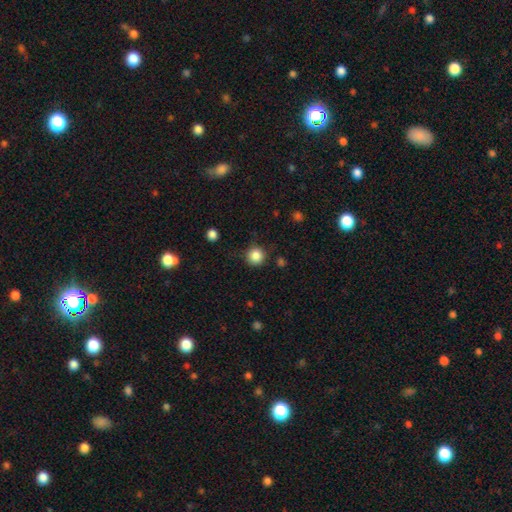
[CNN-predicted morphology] Q: Smooth or featured?
A: smooth (86%); runner-up: star or artifact (10%)
Q: How rounded?
A: round (94%); runner-up: in between (5%)
Q: Merging?
A: none (84%); runner-up: minor disturbance (11%)